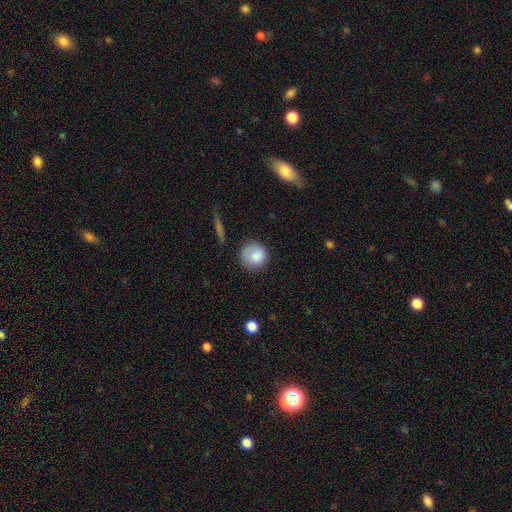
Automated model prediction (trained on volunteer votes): Smooth or featured? Predicted: smooth (p=0.83). How rounded? Predicted: round (p=0.91). Merging? Predicted: none (p=0.72).